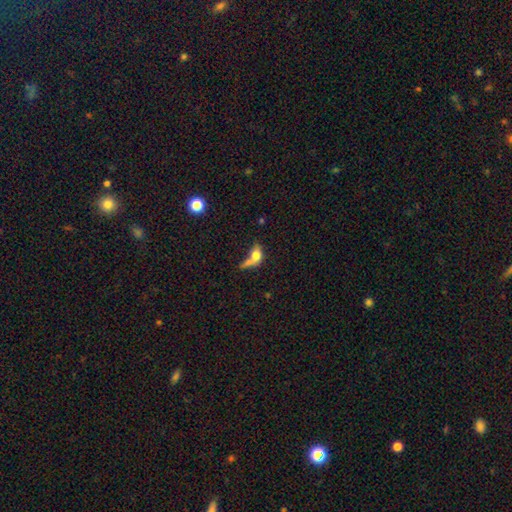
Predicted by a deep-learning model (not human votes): The model was most divided on "merging": merger: 45%, none: 21%, major disturbance: 20%, minor disturbance: 14%. More confident: smooth or featured — smooth (68%); how rounded — in between (66%).